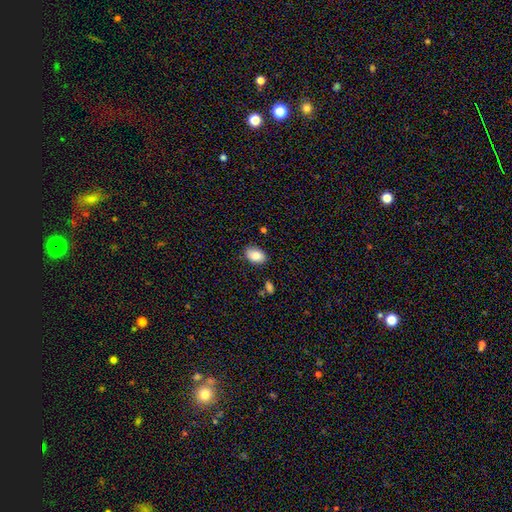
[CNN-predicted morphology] smooth_or_featured: smooth (p=0.86) [alt: star or artifact p=0.07]
how_rounded: in between (p=0.88) [alt: round p=0.11]
merging: none (p=0.83) [alt: minor disturbance p=0.12]